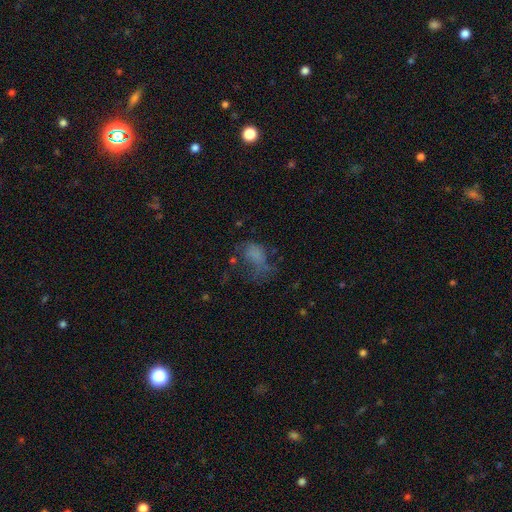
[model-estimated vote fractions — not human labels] Smooth or featured?
  - smooth: 53% *
  - featured or disk: 29%
  - star or artifact: 18%
How rounded?
  - in between: 77% *
  - round: 20%
  - cigar-shaped: 3%
Merging?
  - major disturbance: 45% *
  - none: 29%
  - minor disturbance: 21%
  - merger: 5%